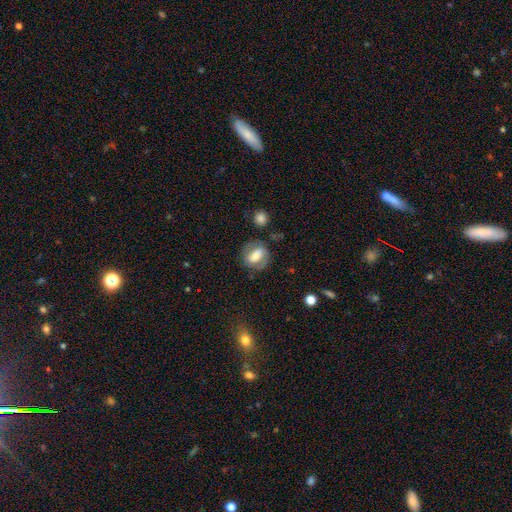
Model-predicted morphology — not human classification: smooth 46%, featured or disk 45%, star or artifact 8%. Down the decision tree: merging — none (69%).